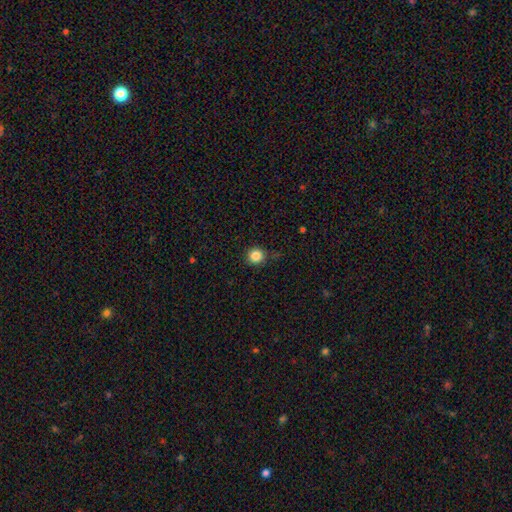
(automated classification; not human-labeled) Smooth or featured?
  - smooth: 85% *
  - star or artifact: 11%
  - featured or disk: 4%
How rounded?
  - round: 93% *
  - in between: 6%
  - cigar-shaped: 1%
Merging?
  - none: 84% *
  - minor disturbance: 11%
  - major disturbance: 3%
  - merger: 2%